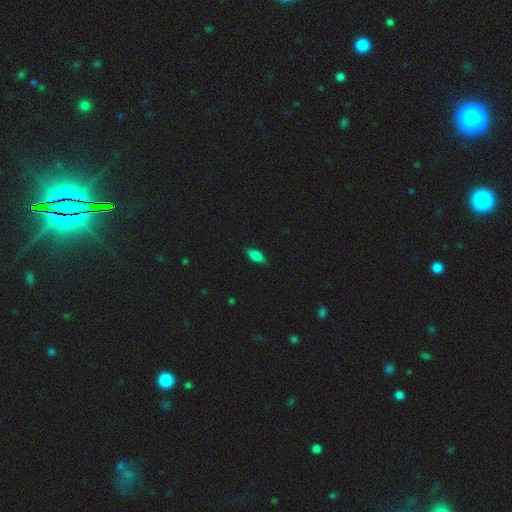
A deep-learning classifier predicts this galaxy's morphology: This appears to be a smooth galaxy with no disk features (82%) that is in between round and cigar-shaped (82%). Merging: none (86%).